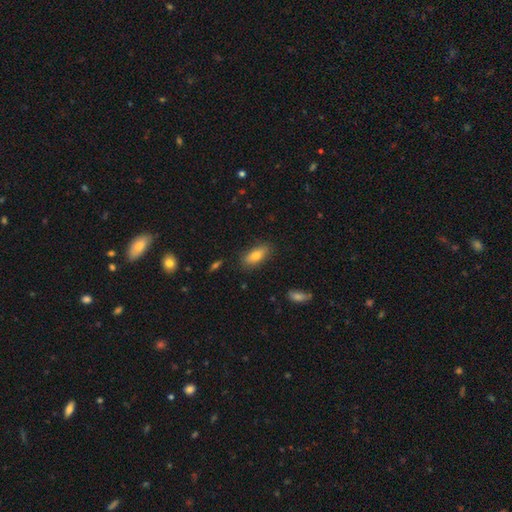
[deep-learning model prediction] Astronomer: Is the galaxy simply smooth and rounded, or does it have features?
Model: smooth — 76%.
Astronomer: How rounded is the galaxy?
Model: in between — 81%.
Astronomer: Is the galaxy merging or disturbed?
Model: none — 83%.